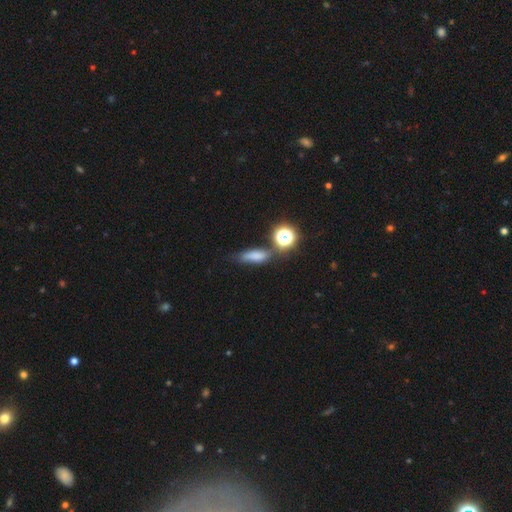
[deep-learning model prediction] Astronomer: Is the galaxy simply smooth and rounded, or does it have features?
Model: smooth — 70%.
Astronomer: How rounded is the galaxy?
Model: in between — 48% (runner-up: cigar-shaped, 38%).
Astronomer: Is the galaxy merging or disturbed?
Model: none — 55%.